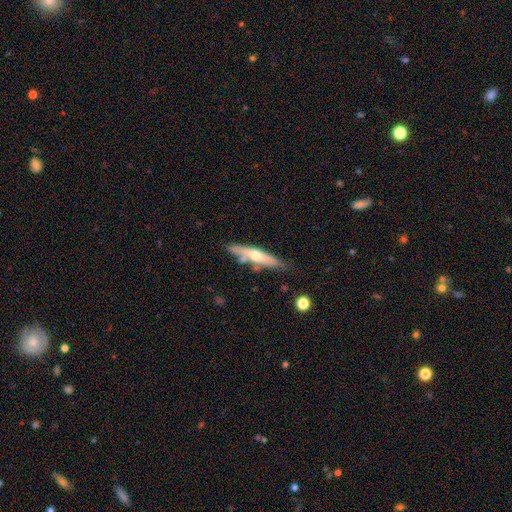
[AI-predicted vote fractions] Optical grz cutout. It shows a featured or disk galaxy (52%) viewed edge-on (88%). Merging: none (68%).